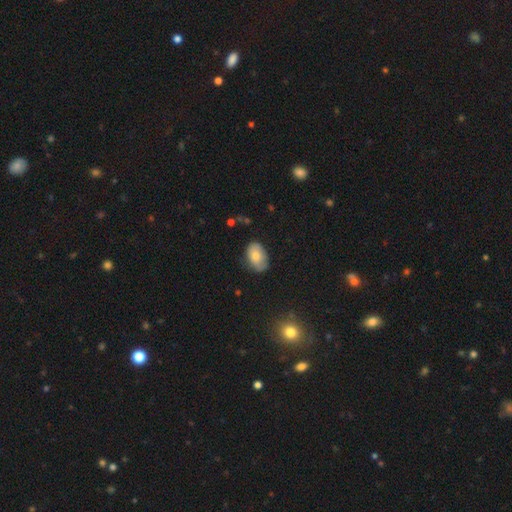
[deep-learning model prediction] This is likely a smooth galaxy (75%). How rounded: clearly in between (89%). Merging: likely none (70%).